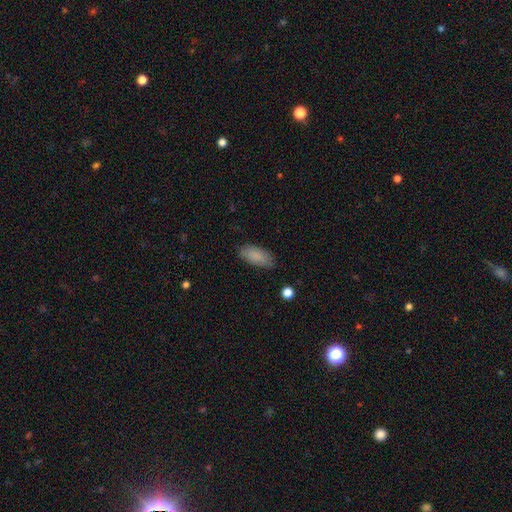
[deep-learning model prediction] A smooth galaxy with no disk features (86%) that is in between round and cigar-shaped (89%). Merging: none (79%).